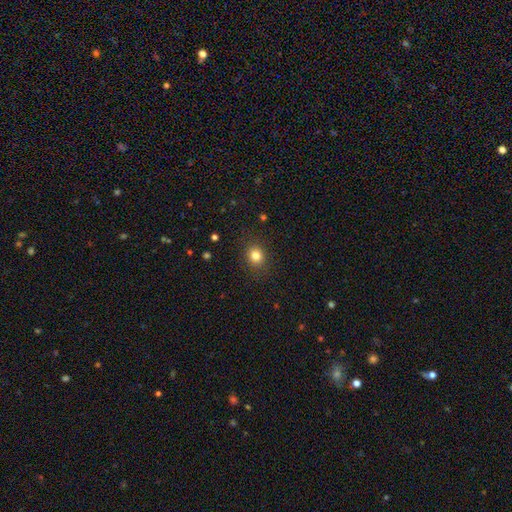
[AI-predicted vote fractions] Smooth or featured? smooth (82%)
How rounded? round (77%)
Merging? none (88%)